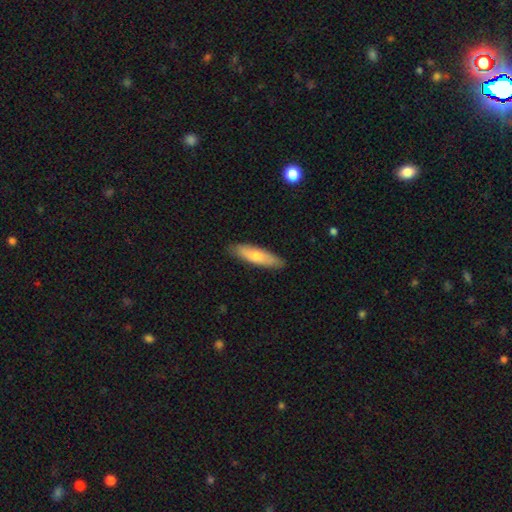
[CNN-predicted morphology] This appears to be a smooth galaxy with no disk features (66%) that is cigar-shaped (65%). Merging: none (86%).